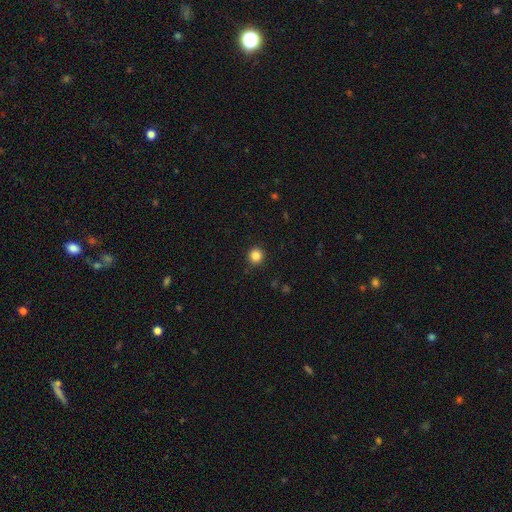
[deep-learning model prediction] smooth 85%, star or artifact 11%, featured or disk 4%. Down the decision tree: how rounded — round (94%); merging — none (92%).